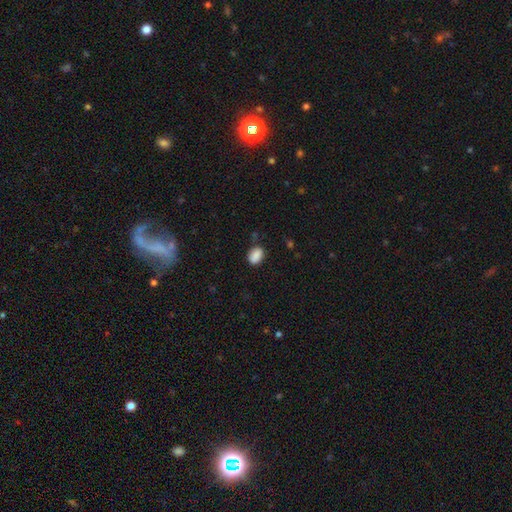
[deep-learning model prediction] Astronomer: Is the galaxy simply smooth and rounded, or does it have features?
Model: smooth — 87%.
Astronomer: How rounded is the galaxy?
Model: in between — 75%.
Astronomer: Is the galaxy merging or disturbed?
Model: none — 78%.